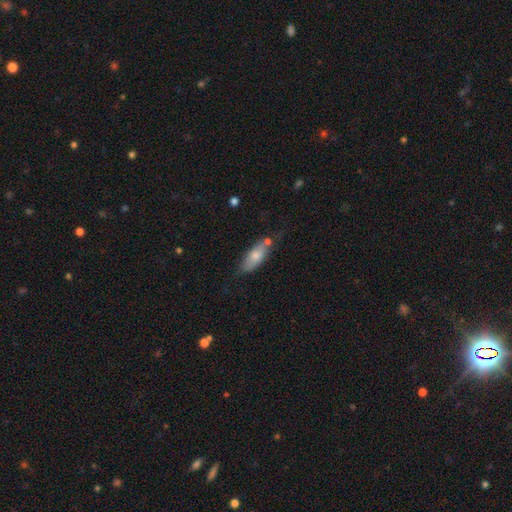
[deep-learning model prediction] smooth_or_featured: smooth (p=0.68) [alt: featured or disk p=0.25]
how_rounded: in between (p=0.72) [alt: cigar-shaped p=0.25]
merging: none (p=0.50) [alt: minor disturbance p=0.26]